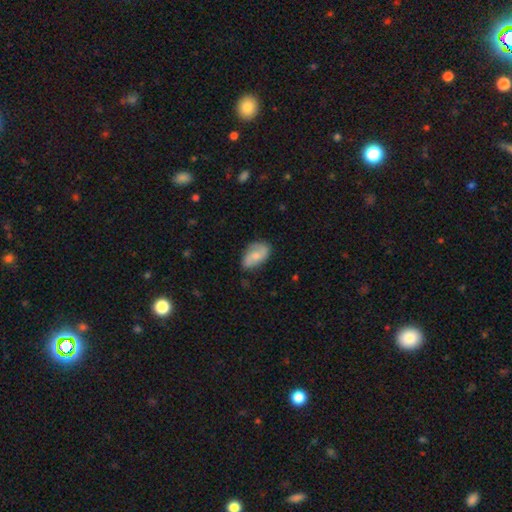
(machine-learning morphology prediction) smooth-or-featured: smooth: 49% | featured or disk: 44% | star or artifact: 7%
  merging: none: 67% | minor disturbance: 25% | major disturbance: 6% | merger: 2%